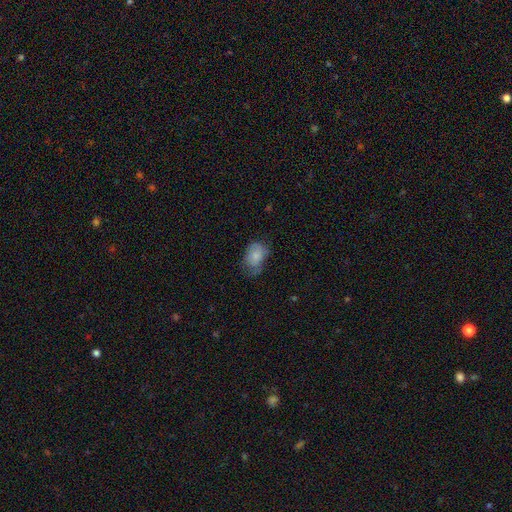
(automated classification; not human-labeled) A smooth galaxy with no disk features (76%) that is in between round and cigar-shaped (77%).

Vote fractions:
- Smooth or featured? smooth: 76% / featured or disk: 16% / star or artifact: 8%
- How rounded? in between: 77% / round: 22% / cigar-shaped: 1%
- Merging? none: 43% / minor disturbance: 38% / major disturbance: 17% / merger: 2%